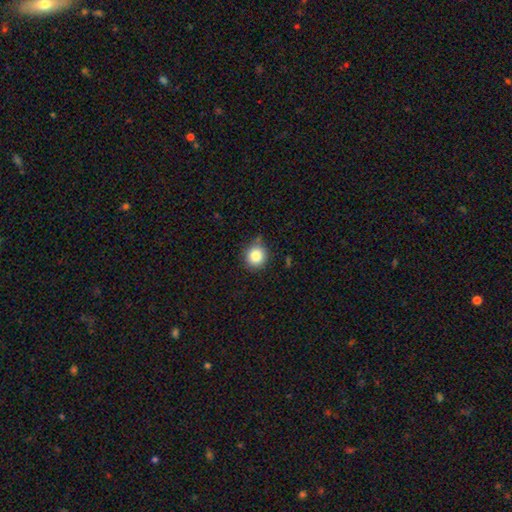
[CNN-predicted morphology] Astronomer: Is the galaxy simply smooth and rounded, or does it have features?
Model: smooth — 85%.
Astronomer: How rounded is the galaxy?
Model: round — 87%.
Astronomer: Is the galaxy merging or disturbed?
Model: none — 81%.